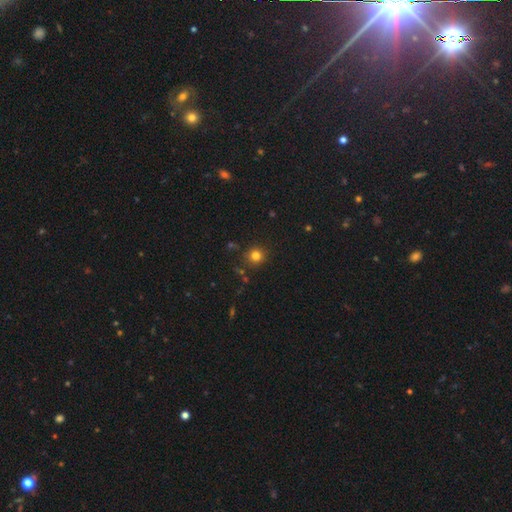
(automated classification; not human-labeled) Smooth or featured? Predicted: smooth (p=0.78). How rounded? Predicted: round (p=0.91). Merging? Predicted: none (p=0.86).